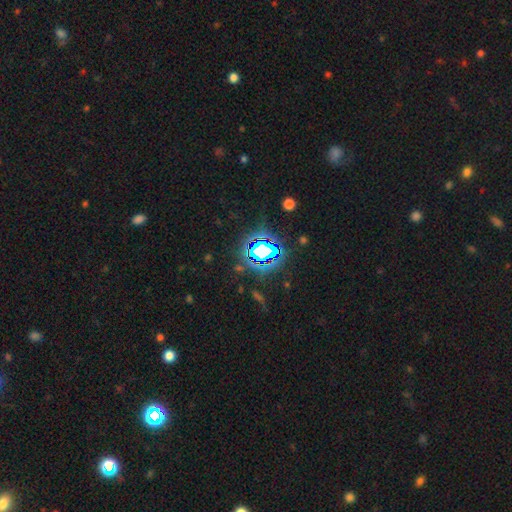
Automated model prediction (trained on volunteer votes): Q: Smooth or featured?
A: star or artifact (80%); runner-up: smooth (12%)